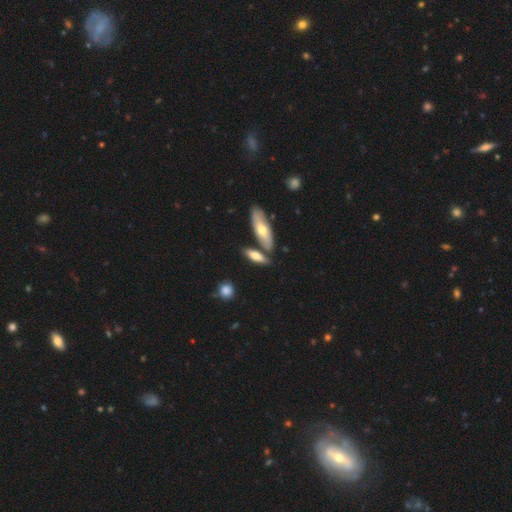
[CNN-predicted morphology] Overall: smooth (66%; featured or disk 28%). How rounded: in between (55%; cigar-shaped 41%). Merging: none (64%).